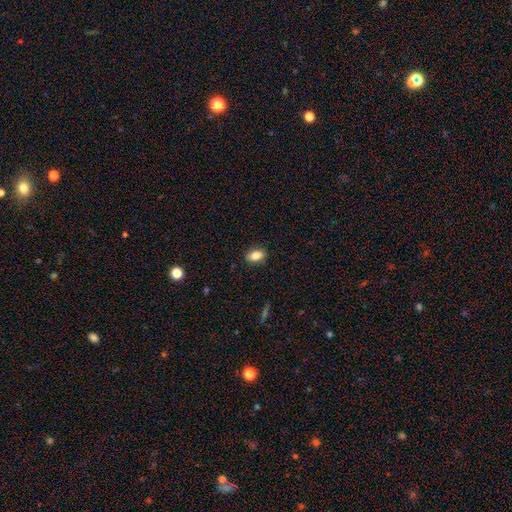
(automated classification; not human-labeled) smooth-or-featured: smooth: 81% | featured or disk: 11% | star or artifact: 8%
  how-rounded: in between: 85% | round: 11% | cigar-shaped: 4%
  merging: none: 87% | minor disturbance: 10% | major disturbance: 2% | merger: 1%